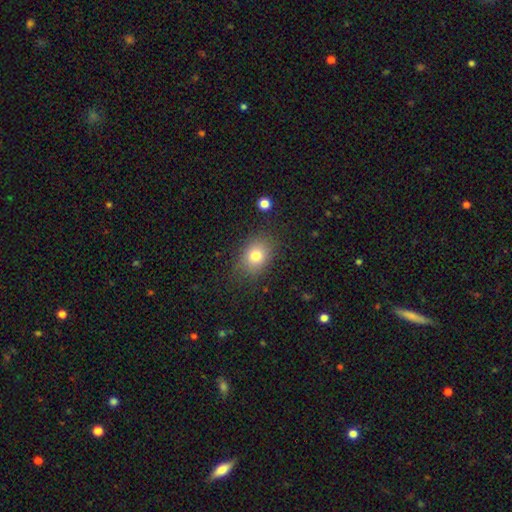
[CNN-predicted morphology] Smooth or featured? smooth (79%)
How rounded? in between (56%)
Merging? none (80%)